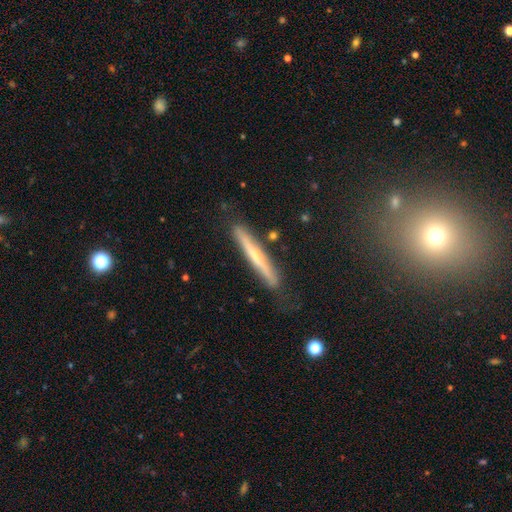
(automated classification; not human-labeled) Smooth or featured? Predicted: featured or disk (p=0.59). Edge-on disk? Predicted: yes (p=0.93). Edge-on bulge? Predicted: rounded (p=0.56). Merging? Predicted: none (p=0.81).